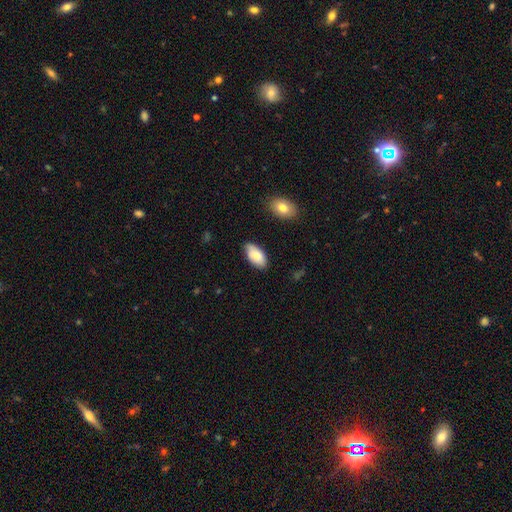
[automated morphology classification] Smooth or featured? Predicted: smooth (p=0.80). How rounded? Predicted: in between (p=0.95). Merging? Predicted: none (p=0.75).